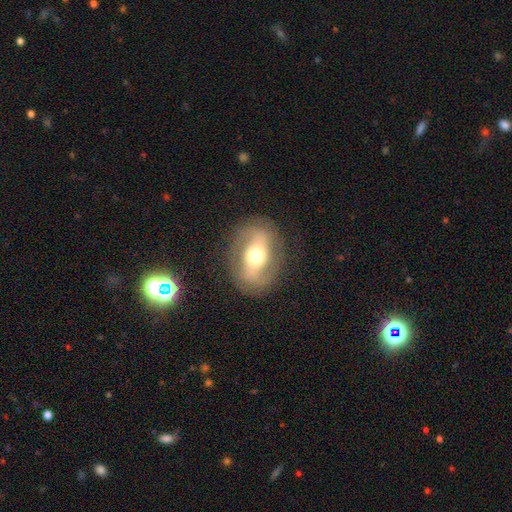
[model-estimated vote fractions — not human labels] A featured or disk galaxy (66%) with a strong bar (42%), spiral arms (64%) and a moderate central bulge (64%).

Vote fractions:
- Smooth or featured? featured or disk: 66% / smooth: 27% / star or artifact: 7%
- Edge-on disk? no: 92% / yes: 8%
- Bar? strong: 42% / no: 30% / weak: 28%
- Spiral arms? yes: 64% / no: 36%
- Bulge size? moderate: 64% / large: 18% / small: 14% / dominant: 3% / none: 1%
- Merging? none: 82% / minor disturbance: 11% / major disturbance: 6% / merger: 1%